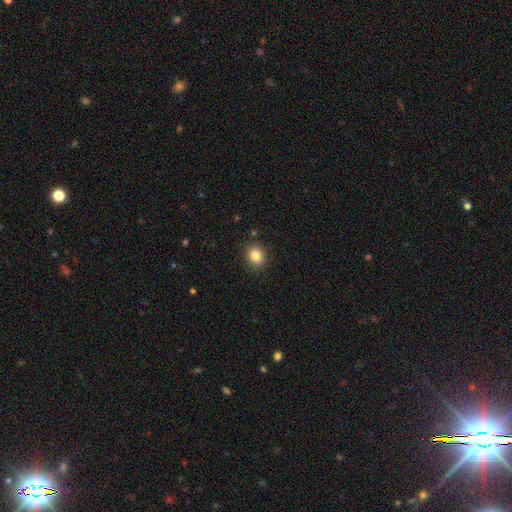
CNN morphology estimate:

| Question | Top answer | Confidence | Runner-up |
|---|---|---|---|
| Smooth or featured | smooth | 84% | star or artifact (10%) |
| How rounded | round | 67% | in between (32%) |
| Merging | none | 89% | minor disturbance (8%) |